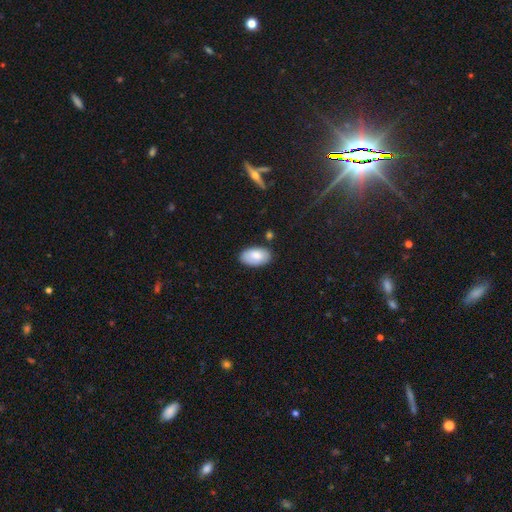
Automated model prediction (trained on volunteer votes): Smooth or featured?
  - smooth: 83% *
  - featured or disk: 11%
  - star or artifact: 6%
How rounded?
  - in between: 95% *
  - round: 3%
  - cigar-shaped: 1%
Merging?
  - none: 81% *
  - minor disturbance: 14%
  - merger: 3%
  - major disturbance: 3%